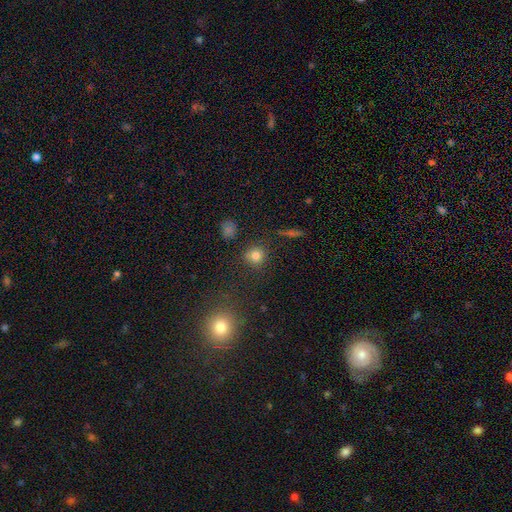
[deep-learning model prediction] Smooth or featured? Predicted: smooth (p=0.79). How rounded? Predicted: round (p=0.89). Merging? Predicted: none (p=0.83).